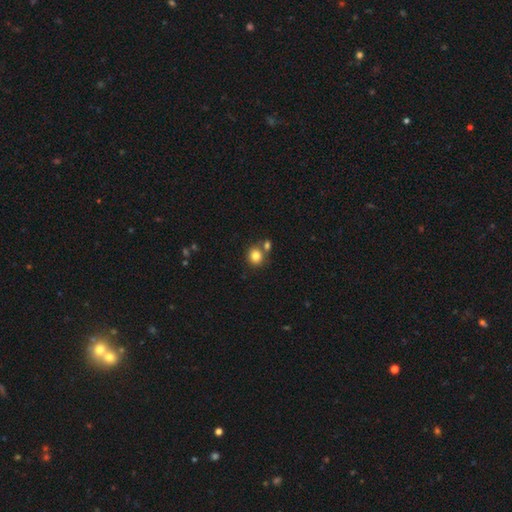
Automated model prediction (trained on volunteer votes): Smooth or featured: smooth — 82% (star or artifact — 10%)
How rounded: round — 82% (in between — 17%)
Merging: none — 63% (merger — 25%)